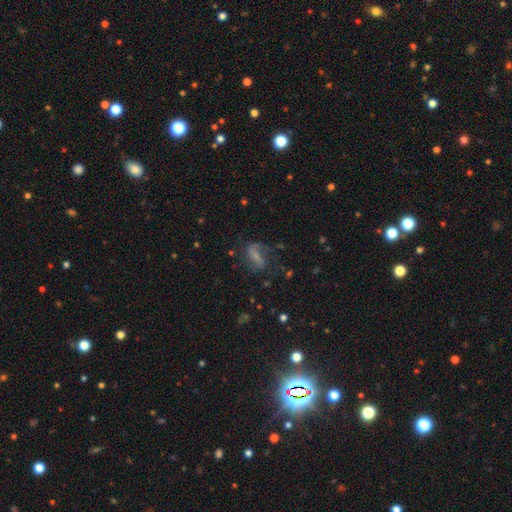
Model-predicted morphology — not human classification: Smooth or featured?
  - featured or disk: 51% *
  - smooth: 36%
  - star or artifact: 13%
Edge-on disk?
  - no: 92% *
  - yes: 8%
Merging?
  - none: 46% *
  - major disturbance: 30%
  - minor disturbance: 21%
  - merger: 3%